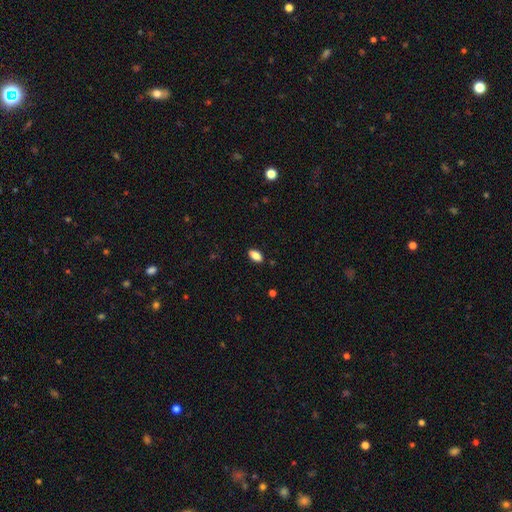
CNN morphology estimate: A smooth galaxy with no disk features (85%) that is in between round and cigar-shaped (89%).

Vote fractions:
- Smooth or featured? smooth: 85% / star or artifact: 8% / featured or disk: 7%
- How rounded? in between: 89% / cigar-shaped: 7% / round: 4%
- Merging? none: 88% / minor disturbance: 9% / major disturbance: 2% / merger: 1%